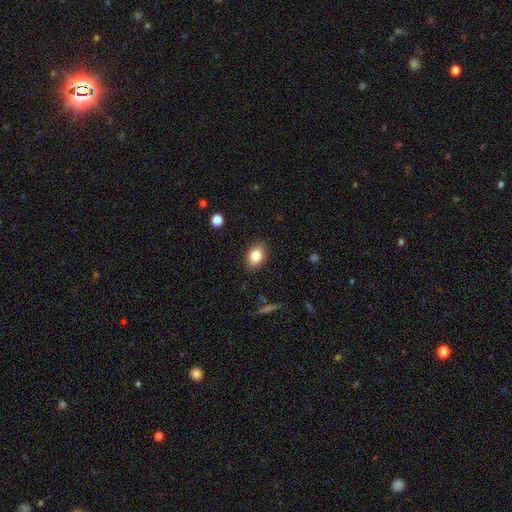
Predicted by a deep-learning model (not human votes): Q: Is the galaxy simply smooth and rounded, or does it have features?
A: smooth — 82%.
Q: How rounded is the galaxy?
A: in between — 78%.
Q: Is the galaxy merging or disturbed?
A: none — 87%.